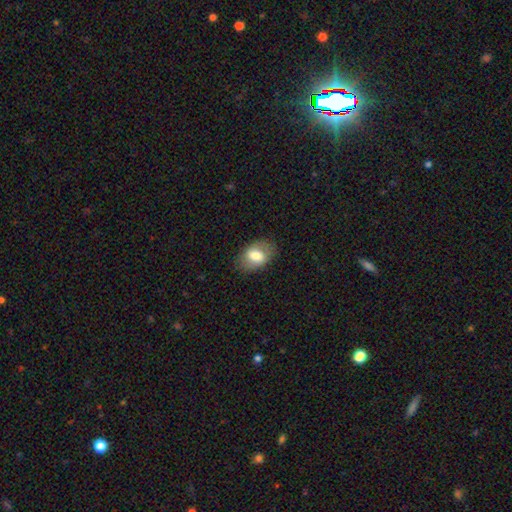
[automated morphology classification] A smooth galaxy with no disk features (70%) that is in between round and cigar-shaped (84%). Merging: none (80%).